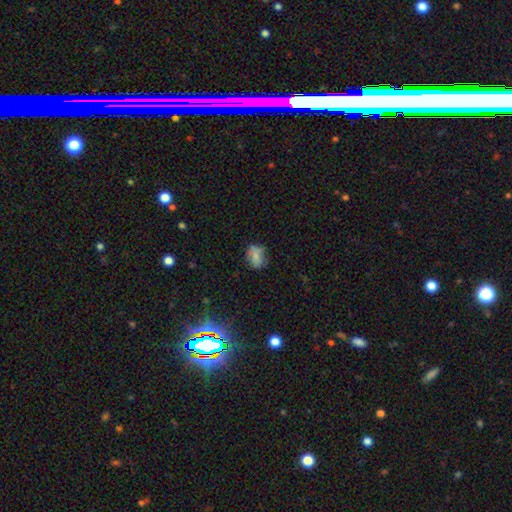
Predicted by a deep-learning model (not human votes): This appears to be a smooth galaxy with no disk features (73%) that is in between round and cigar-shaped (61%). Merging: none (61%).